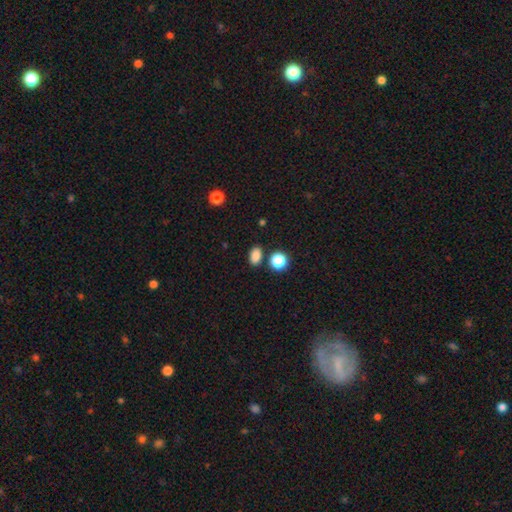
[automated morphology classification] The model was most divided on "how rounded": in between: 78%, round: 20%, cigar-shaped: 2%. More confident: smooth or featured — smooth (84%); merging — none (81%).